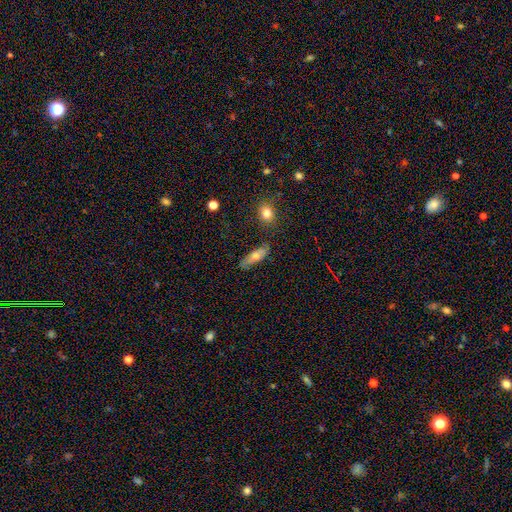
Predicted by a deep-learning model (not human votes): Morphology: type=smooth (62%); roundness=cigar-shaped (50%); merging=none (78%).